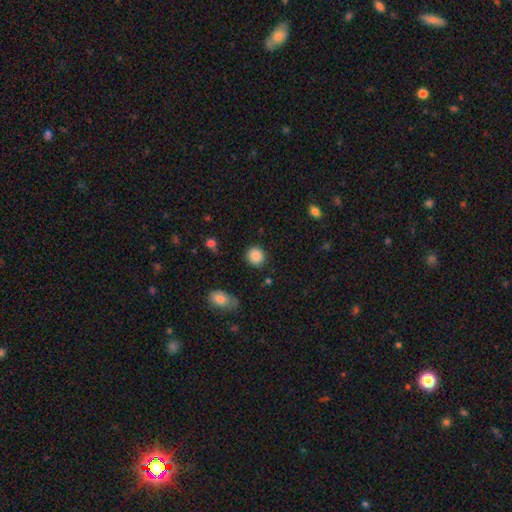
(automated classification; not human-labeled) The model was most divided on "smooth or featured": smooth: 87%, star or artifact: 9%, featured or disk: 4%. More confident: how rounded — round (89%); merging — none (87%).